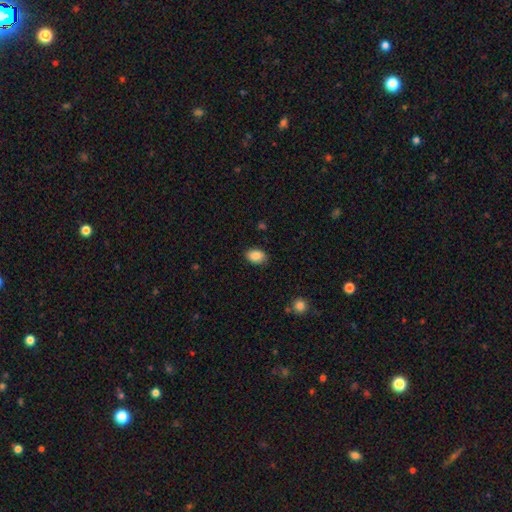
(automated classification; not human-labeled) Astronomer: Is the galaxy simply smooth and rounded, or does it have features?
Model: smooth — 87%.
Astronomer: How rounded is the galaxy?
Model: in between — 82%.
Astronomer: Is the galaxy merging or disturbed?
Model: none — 86%.